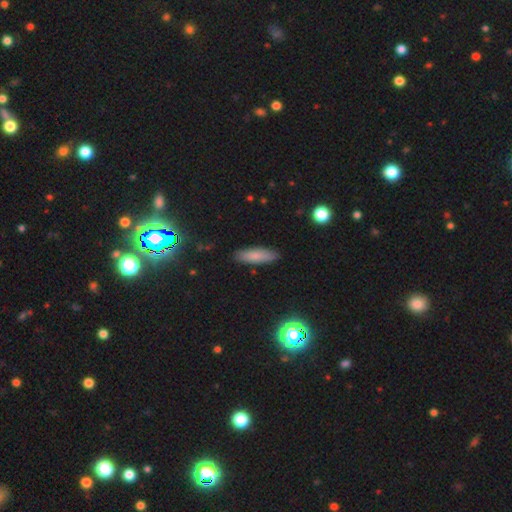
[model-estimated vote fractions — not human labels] A smooth galaxy with no disk features (79%) that is cigar-shaped (57%).

Vote fractions:
- Smooth or featured? smooth: 79% / featured or disk: 12% / star or artifact: 9%
- How rounded? cigar-shaped: 57% / in between: 41% / round: 2%
- Merging? none: 88% / minor disturbance: 9% / major disturbance: 2% / merger: 1%